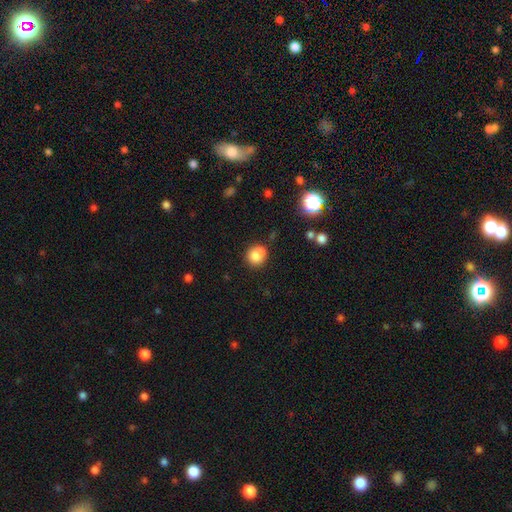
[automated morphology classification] A smooth galaxy with no disk features (76%) that is round (82%). Merging: none (47%).